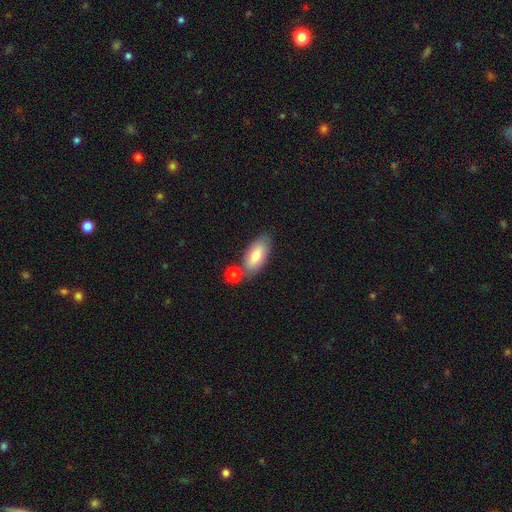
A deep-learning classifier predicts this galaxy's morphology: Q: Smooth or featured?
A: smooth (76%); runner-up: featured or disk (18%)
Q: How rounded?
A: in between (86%); runner-up: cigar-shaped (11%)
Q: Merging?
A: none (64%); runner-up: merger (20%)